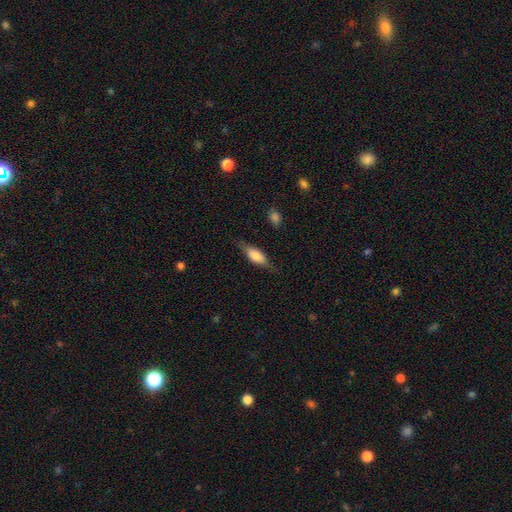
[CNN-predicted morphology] Smooth or featured?
  - smooth: 68% *
  - featured or disk: 26%
  - star or artifact: 7%
How rounded?
  - in between: 69% *
  - cigar-shaped: 29%
  - round: 3%
Merging?
  - none: 74% *
  - minor disturbance: 18%
  - major disturbance: 6%
  - merger: 2%